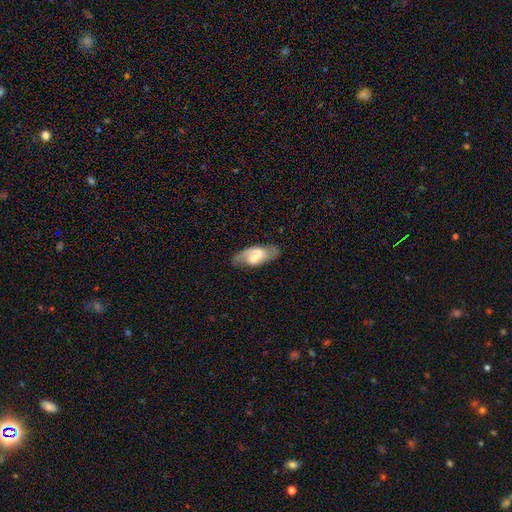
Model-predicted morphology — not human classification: A featured or disk galaxy (65%) with a weak bar (46%), 2 (76%) medium (47%) spiral arms (86%) and a moderate central bulge (39%).

Vote fractions:
- Smooth or featured? featured or disk: 65% / smooth: 29% / star or artifact: 6%
- Edge-on disk? no: 92% / yes: 8%
- Bar? weak: 46% / no: 28% / strong: 25%
- Spiral arms? yes: 86% / no: 14%
- Spiral winding? medium: 47% / loose: 31% / tight: 23%
- Spiral arm count? 2: 76% / 1: 13% / can't tell: 9% / 3: 1% / 4: 1% / more than 4: 1%
- Bulge size? moderate: 39% / small: 27% / large: 22% / none: 9% / dominant: 3%
- Merging? none: 72% / minor disturbance: 18% / major disturbance: 8% / merger: 2%